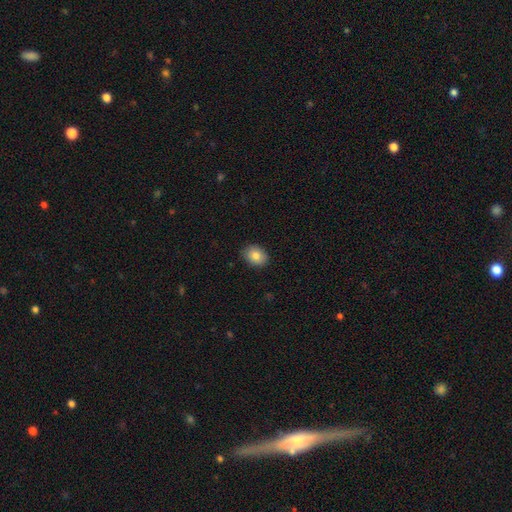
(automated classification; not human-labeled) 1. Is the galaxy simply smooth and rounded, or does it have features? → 83% smooth, 9% featured or disk, 8% star or artifact.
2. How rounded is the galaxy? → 63% in between, 37% round, 1% cigar-shaped.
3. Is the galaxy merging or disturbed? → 87% none, 10% minor disturbance, 2% major disturbance, 1% merger.